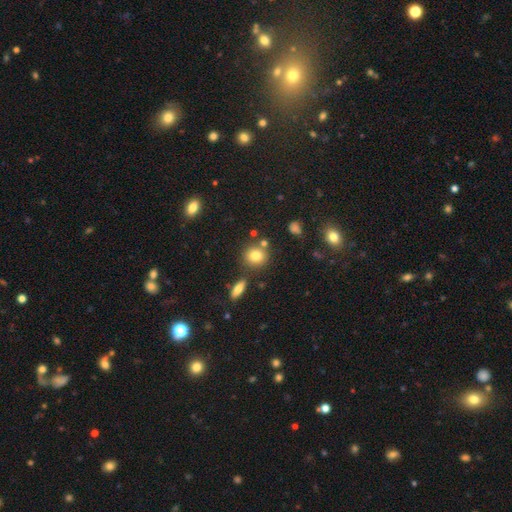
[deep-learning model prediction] Smooth or featured: smooth — 79% (star or artifact — 12%)
How rounded: round — 82% (in between — 17%)
Merging: none — 76% (merger — 11%)